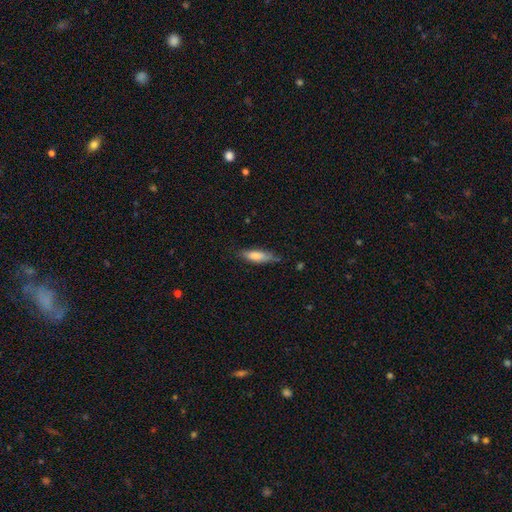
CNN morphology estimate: This appears to be a smooth galaxy with no disk features (74%) that is cigar-shaped (55%). Merging: none (65%).